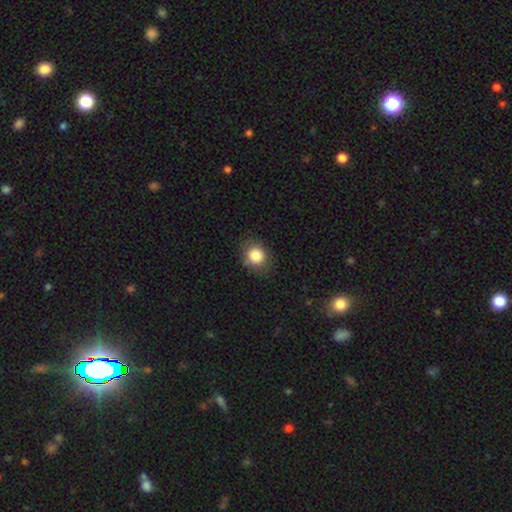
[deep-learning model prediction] The model was most divided on "how rounded": round: 67%, in between: 32%, cigar-shaped: 1%. More confident: smooth or featured — smooth (84%); merging — none (82%).